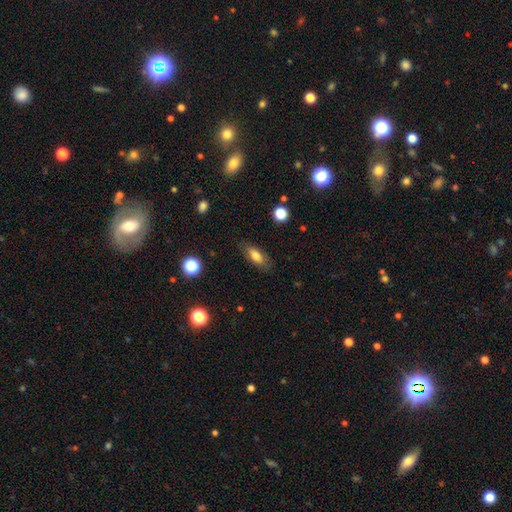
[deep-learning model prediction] Smooth or featured? Predicted: smooth (p=0.72). How rounded? Predicted: in between (p=0.77). Merging? Predicted: none (p=0.83).